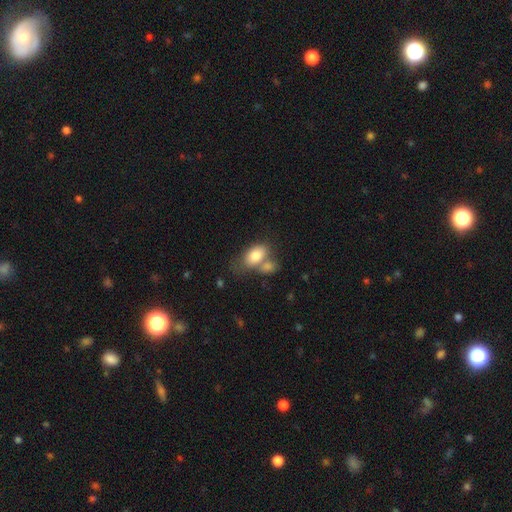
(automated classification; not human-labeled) Smooth or featured? smooth (80%)
How rounded? in between (88%)
Merging? merger (42%)